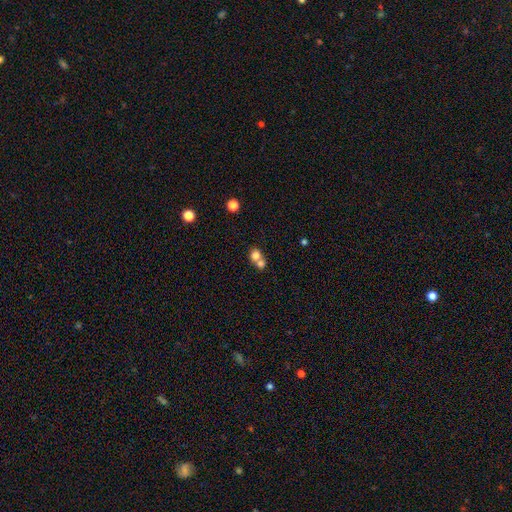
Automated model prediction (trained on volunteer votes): A smooth galaxy with no disk features (75%) that is round (79%).

Vote fractions:
- Smooth or featured? smooth: 75% / featured or disk: 13% / star or artifact: 12%
- How rounded? round: 79% / in between: 20% / cigar-shaped: 1%
- Merging? merger: 60% / none: 33% / minor disturbance: 5% / major disturbance: 3%